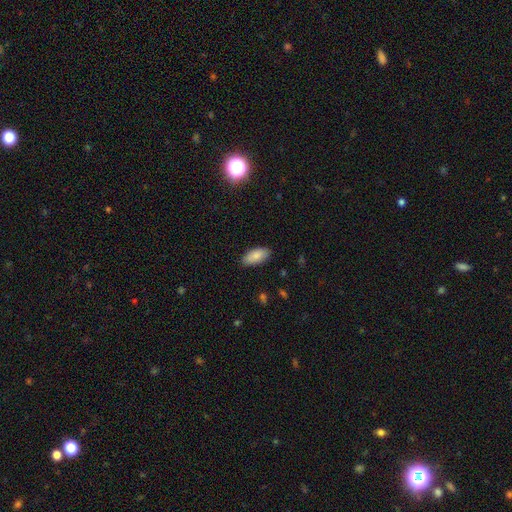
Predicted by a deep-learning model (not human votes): Overall: smooth (86%). How rounded: in between (91%). Merging: none (87%).